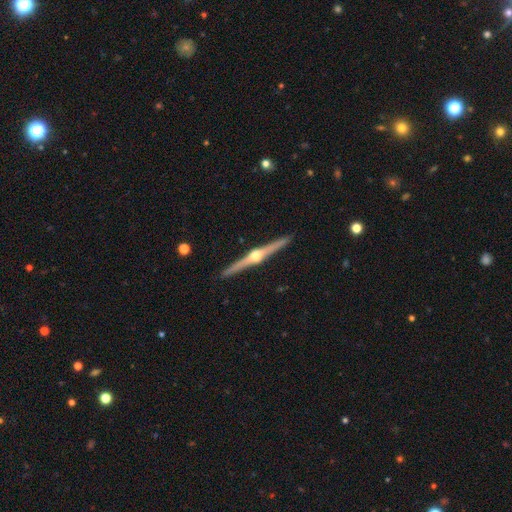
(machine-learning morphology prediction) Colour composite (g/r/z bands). It shows a featured or disk galaxy (86%) viewed edge-on (99%) with a rounded central bulge (96%). Merging: none (92%).